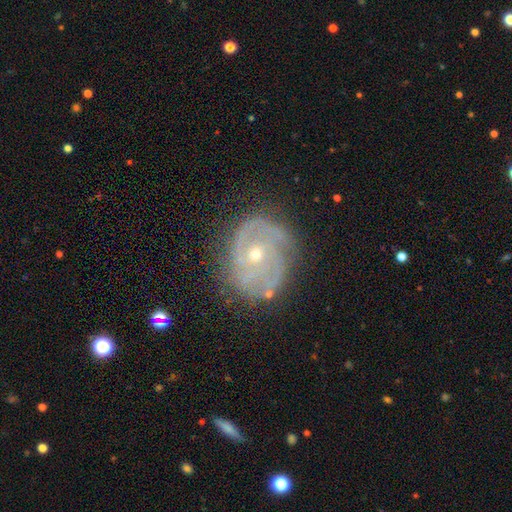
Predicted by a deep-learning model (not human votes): A featured or disk galaxy (84%) with no bar (73%), 2 (37%) tight (59%) spiral arms (92%) and a small central bulge (62%).

Vote fractions:
- Smooth or featured? featured or disk: 84% / smooth: 9% / star or artifact: 7%
- Edge-on disk? no: 97% / yes: 3%
- Bar? no: 73% / weak: 22% / strong: 5%
- Spiral arms? yes: 92% / no: 8%
- Spiral winding? tight: 59% / medium: 32% / loose: 9%
- Spiral arm count? 2: 37% / can't tell: 25% / 3: 21% / 4: 7% / 1: 5% / more than 4: 5%
- Bulge size? small: 62% / moderate: 36% / large: 1% / none: 1% / dominant: 1%
- Merging? none: 71% / minor disturbance: 20% / major disturbance: 8% / merger: 2%